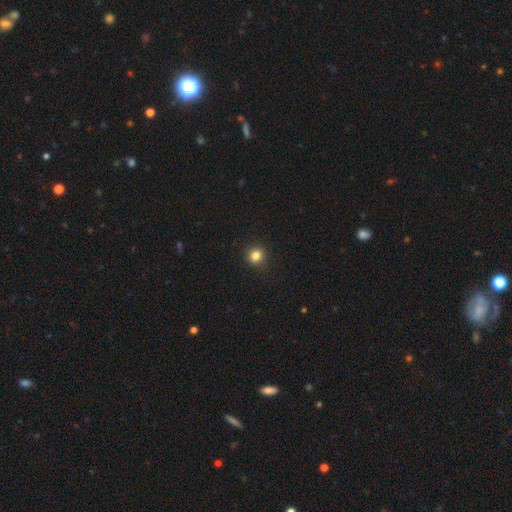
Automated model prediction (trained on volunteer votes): This is clearly a smooth galaxy (83%). How rounded: clearly round (88%). Merging: clearly none (92%).